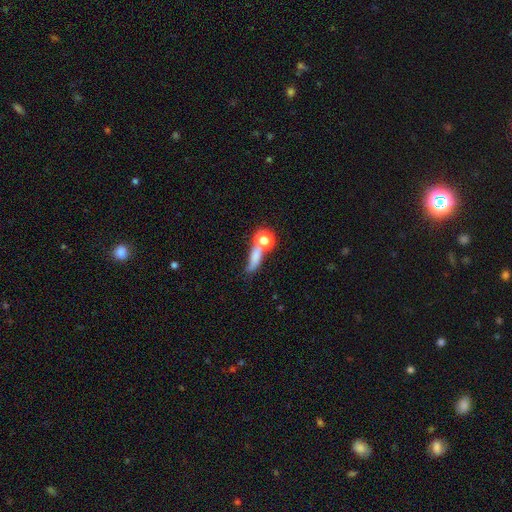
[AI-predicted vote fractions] Smooth or featured? Predicted: smooth (p=0.67). How rounded? Predicted: in between (p=0.39). Merging? Predicted: none (p=0.40).